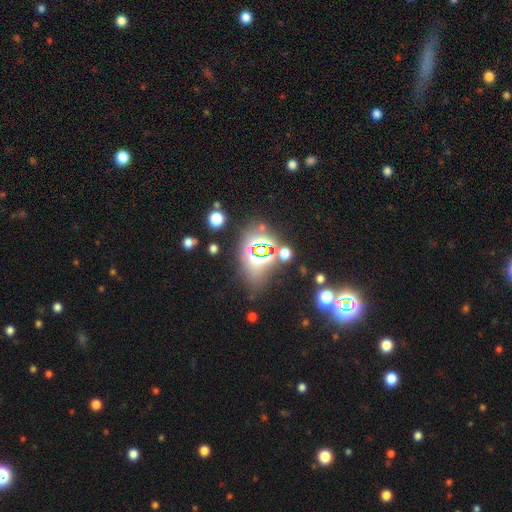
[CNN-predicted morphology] Smooth or featured? Predicted: star or artifact (p=0.60).